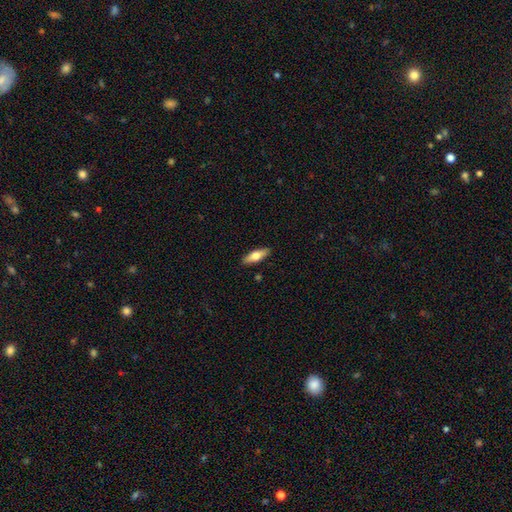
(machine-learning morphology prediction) Overall: smooth (63%; featured or disk 31%). How rounded: in between (55%; cigar-shaped 42%). Merging: none (89%).